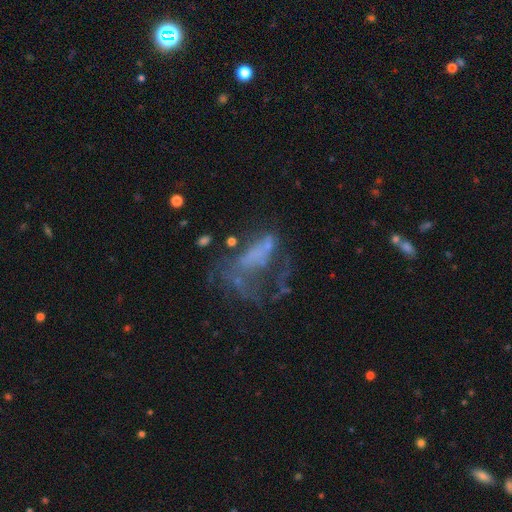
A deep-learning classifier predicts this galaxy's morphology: This is possibly a featured or disk galaxy (54%). It is clearly not viewed edge-on (95%). Bar: clearly no (82%). Spiral arm pattern: clearly no (82%). Central bulge: likely none (74%). Merging: possibly major disturbance (49%).